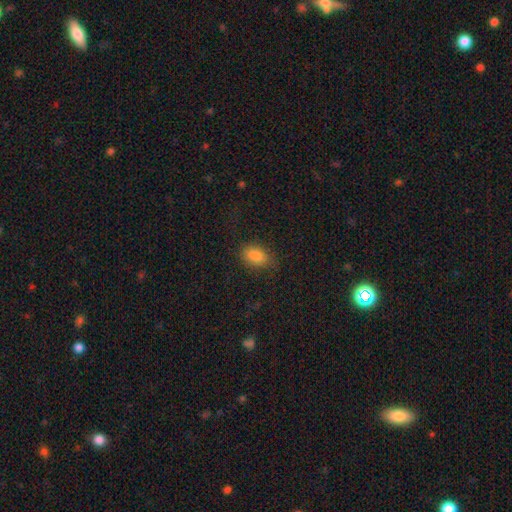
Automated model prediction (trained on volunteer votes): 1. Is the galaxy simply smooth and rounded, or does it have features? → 84% smooth, 10% star or artifact, 6% featured or disk.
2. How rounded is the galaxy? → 85% in between, 13% round, 2% cigar-shaped.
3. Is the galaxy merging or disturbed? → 78% none, 16% minor disturbance, 5% major disturbance, 1% merger.